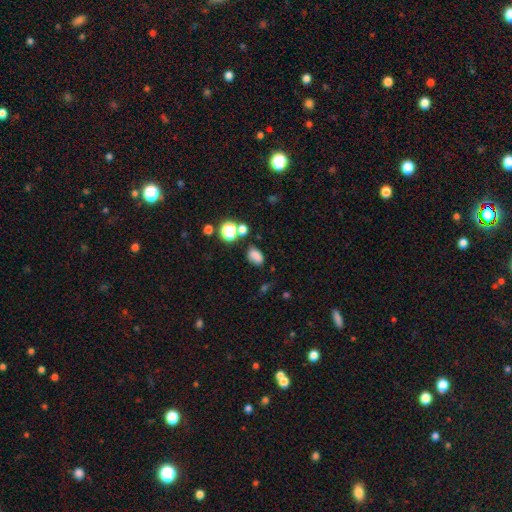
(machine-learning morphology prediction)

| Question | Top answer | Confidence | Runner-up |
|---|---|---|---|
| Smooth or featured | smooth | 77% | star or artifact (16%) |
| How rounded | in between | 77% | round (22%) |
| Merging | none | 70% | minor disturbance (17%) |